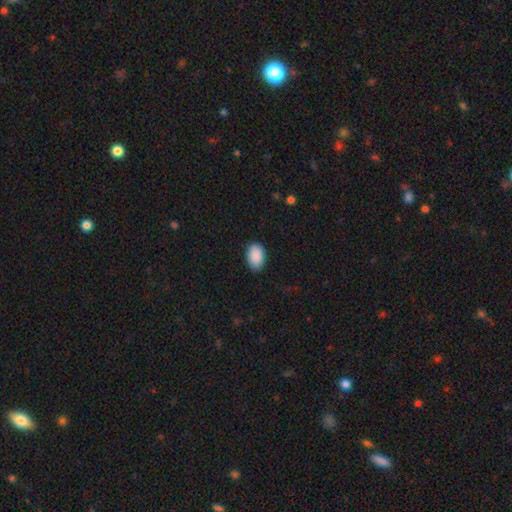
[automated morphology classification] Q: Smooth or featured?
A: smooth (91%); runner-up: star or artifact (7%)
Q: How rounded?
A: in between (90%); runner-up: round (9%)
Q: Merging?
A: none (85%); runner-up: minor disturbance (12%)